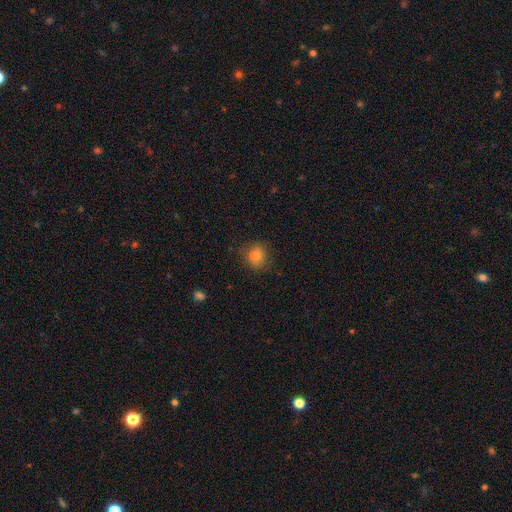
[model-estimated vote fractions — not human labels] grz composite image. It shows a smooth galaxy with no disk features (79%) that is round (72%). Merging: none (74%).